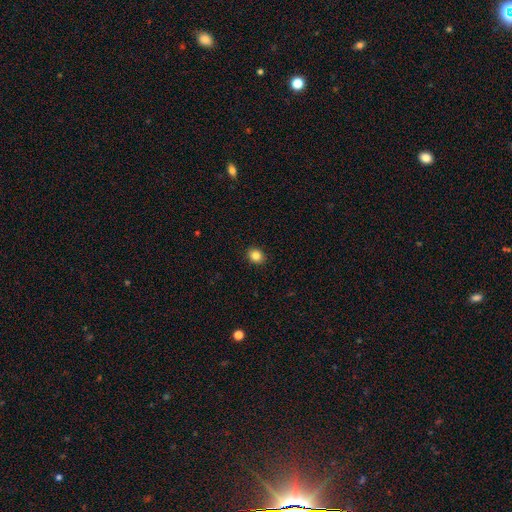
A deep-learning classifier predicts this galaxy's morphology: type=smooth (84%); roundness=round (69%); merging=none (91%).